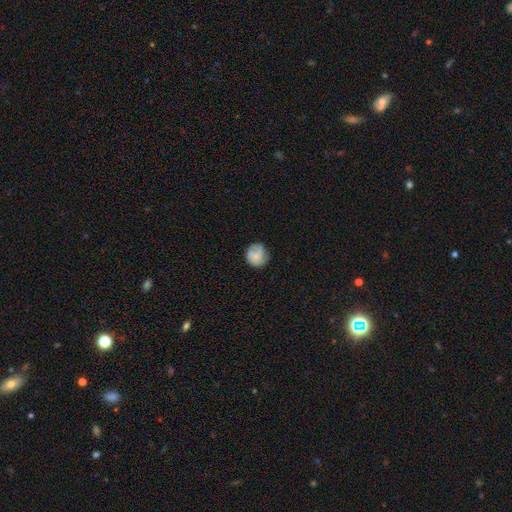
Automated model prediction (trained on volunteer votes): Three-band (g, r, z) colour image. It shows a smooth galaxy with no disk features (63%) that is round (86%). Merging: none (73%).